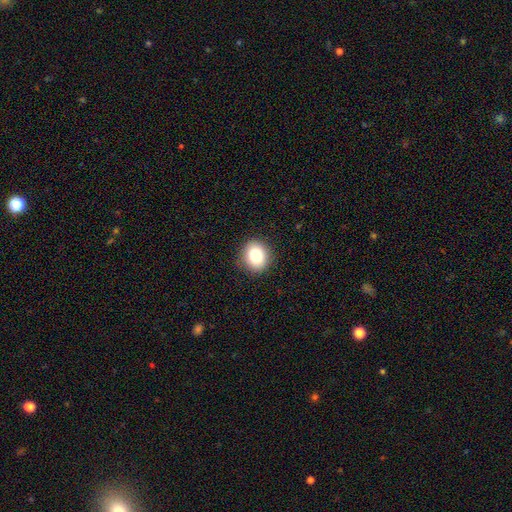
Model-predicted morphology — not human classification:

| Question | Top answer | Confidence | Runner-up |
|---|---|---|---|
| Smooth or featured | smooth | 83% | star or artifact (10%) |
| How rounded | round | 75% | in between (24%) |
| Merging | none | 90% | minor disturbance (7%) |